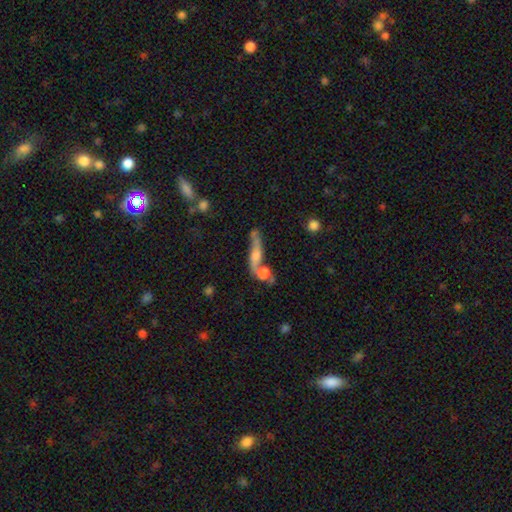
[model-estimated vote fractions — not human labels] smooth-or-featured: featured or disk: 52% | smooth: 38% | star or artifact: 11%
  disk-edge-on: yes: 64% | no: 36%
  merging: none: 51% | merger: 23% | minor disturbance: 17% | major disturbance: 9%